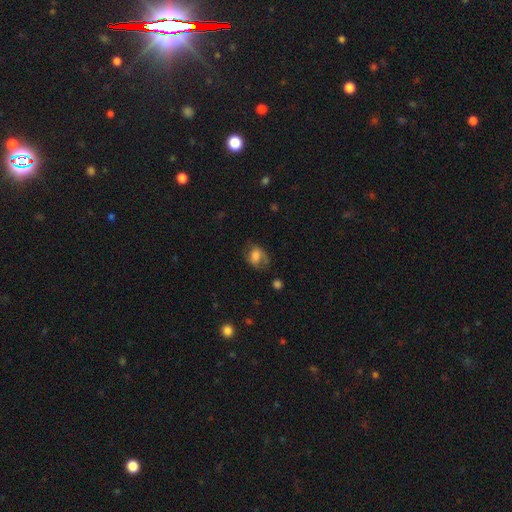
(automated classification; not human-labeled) smooth_or_featured: smooth (p=0.65) [alt: featured or disk p=0.26]
how_rounded: in between (p=0.66) [alt: round p=0.33]
merging: none (p=0.44) [alt: minor disturbance p=0.28]